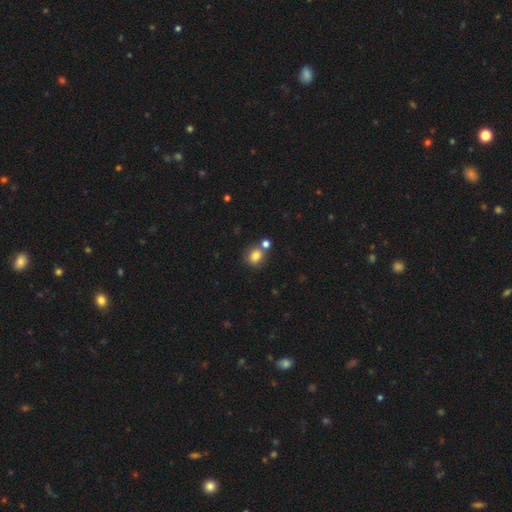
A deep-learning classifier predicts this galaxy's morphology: type=smooth (82%); roundness=round (69%); merging=none (61%).